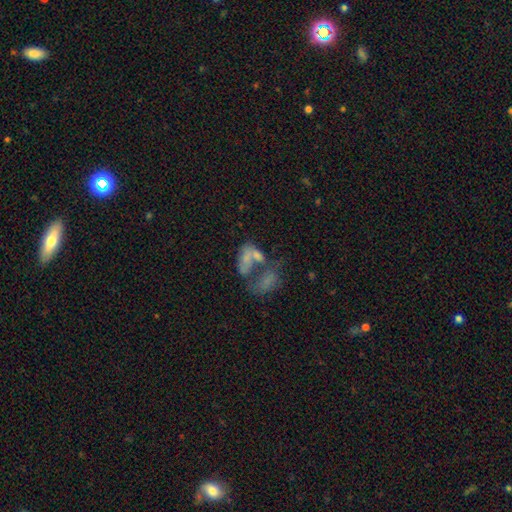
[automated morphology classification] This is possibly a smooth galaxy (46%). Merging: likely merger (62%).